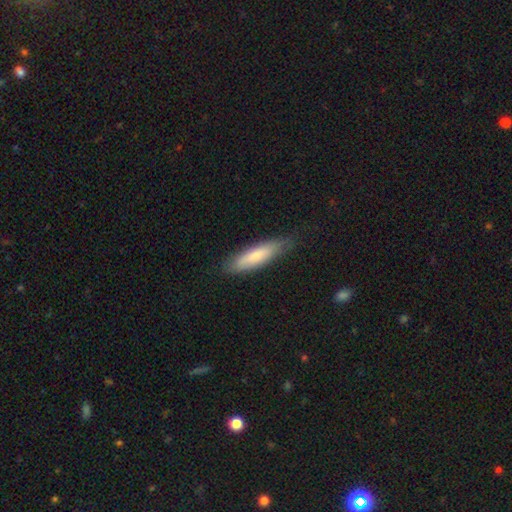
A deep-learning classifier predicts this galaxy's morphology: This appears to be a smooth galaxy with no disk features (75%) that is cigar-shaped (68%). Merging: none (78%).